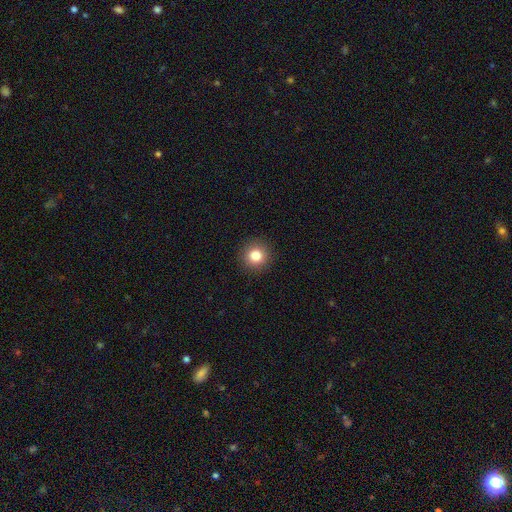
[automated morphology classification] A smooth galaxy with no disk features (82%) that is round (94%). Merging: none (92%).